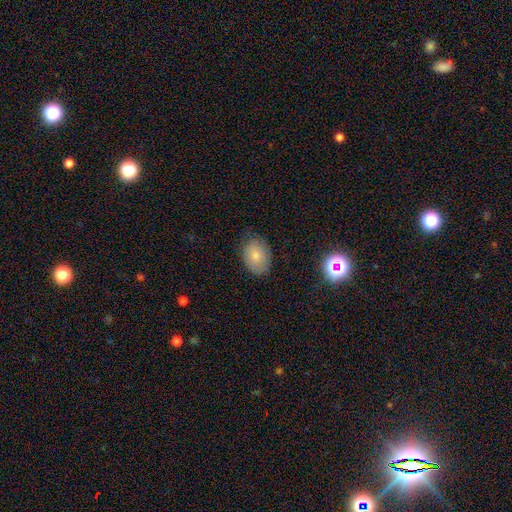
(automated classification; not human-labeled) Smooth or featured? smooth (77%)
How rounded? in between (79%)
Merging? none (77%)